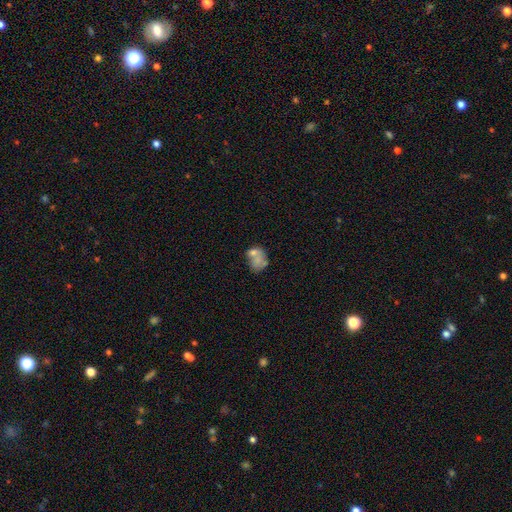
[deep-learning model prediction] This is likely a smooth galaxy (63%). How rounded: possibly in between (55%). Merging: marginally merger (42%).